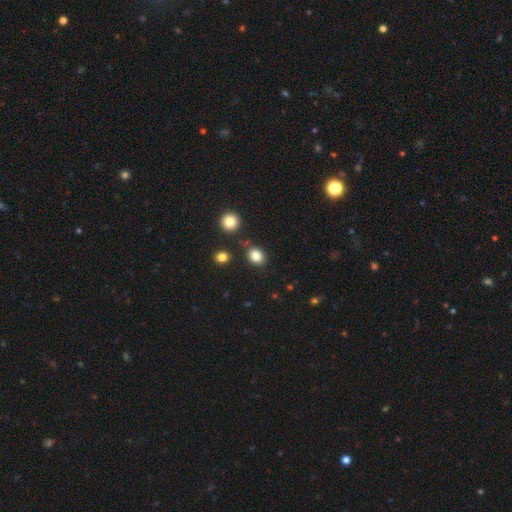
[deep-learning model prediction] Smooth or featured? Predicted: smooth (p=0.83). How rounded? Predicted: round (p=0.51). Merging? Predicted: none (p=0.81).